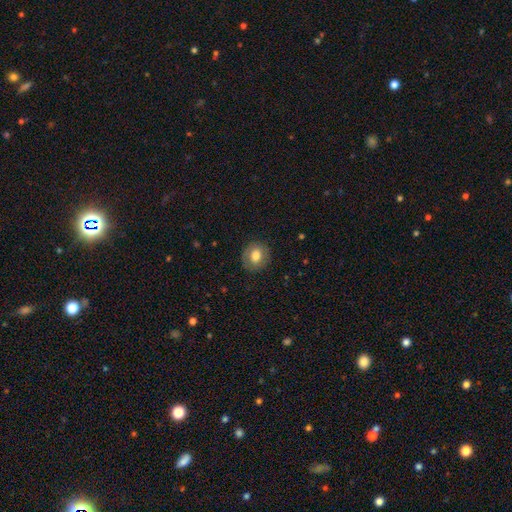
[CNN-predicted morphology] type=smooth (70%); roundness=round (72%); merging=none (85%).